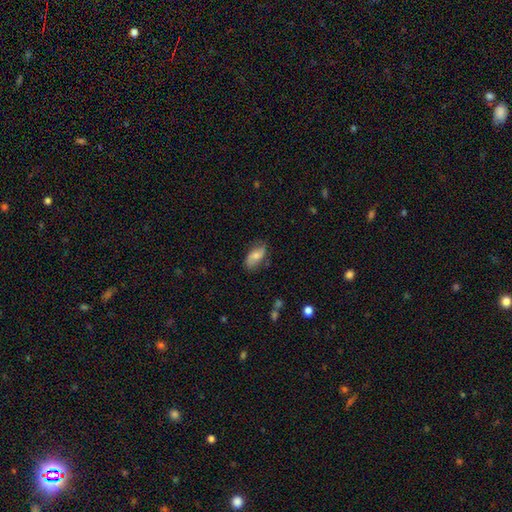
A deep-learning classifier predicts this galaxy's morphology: smooth 61%, featured or disk 32%, star or artifact 7%. Down the decision tree: how rounded — in between (89%); merging — none (68%).